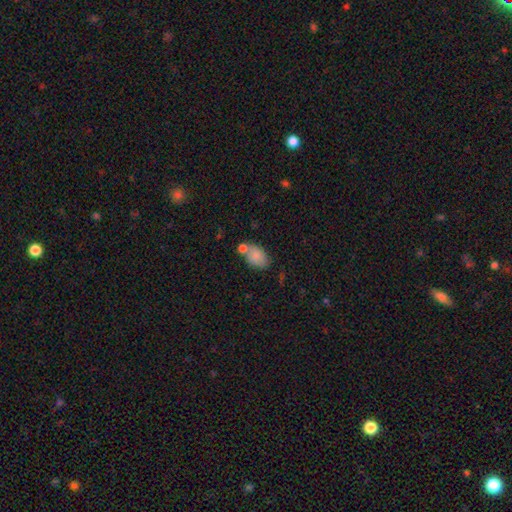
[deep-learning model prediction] Q: Smooth or featured?
A: smooth (83%); runner-up: featured or disk (9%)
Q: How rounded?
A: in between (86%); runner-up: round (13%)
Q: Merging?
A: none (53%); runner-up: merger (25%)